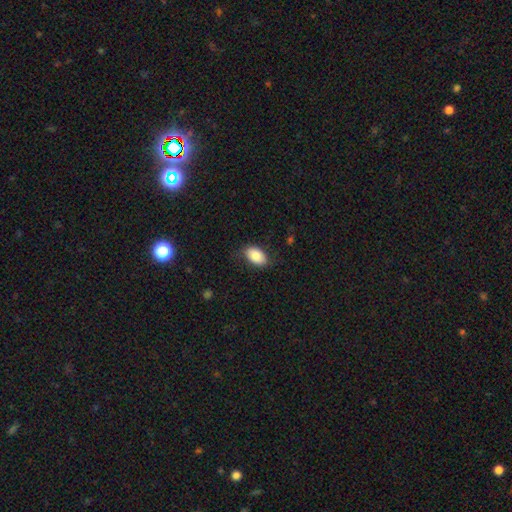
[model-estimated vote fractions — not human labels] smooth 83%, featured or disk 10%, star or artifact 7%. Down the decision tree: how rounded — in between (91%); merging — none (80%).